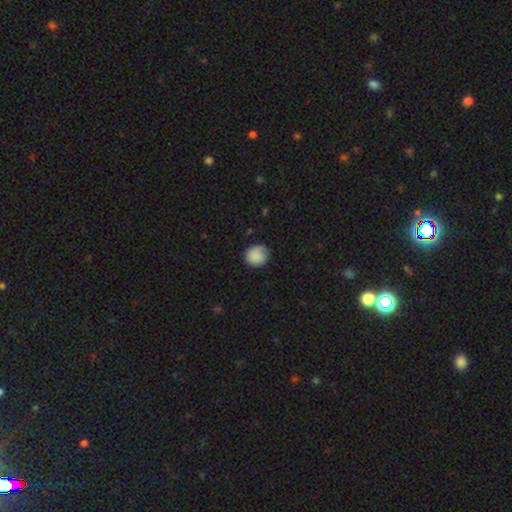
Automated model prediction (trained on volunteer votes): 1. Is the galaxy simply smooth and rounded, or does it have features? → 87% smooth, 8% star or artifact, 5% featured or disk.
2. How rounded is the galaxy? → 83% round, 16% in between, 1% cigar-shaped.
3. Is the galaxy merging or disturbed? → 76% none, 19% minor disturbance, 4% major disturbance, 1% merger.